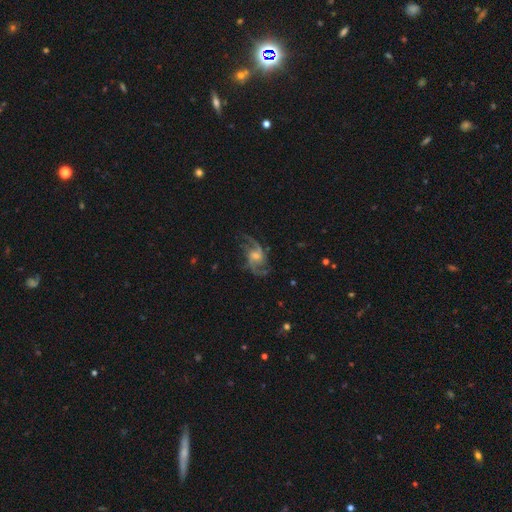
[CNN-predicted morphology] smooth-or-featured: featured or disk: 88% | smooth: 6% | star or artifact: 6%
  disk-edge-on: no: 97% | yes: 3%
    bar: weak: 46% | no: 44% | strong: 11%
    has-spiral-arms: yes: 97% | no: 3%
      spiral-winding: loose: 46% | medium: 44% | tight: 10%
      spiral-arm-count: 2: 80% | 3: 8% | can't tell: 5% | 1: 3% | 4: 2% | more than 4: 2%
    bulge-size: small: 46% | moderate: 43% | none: 5% | large: 4% | dominant: 1%
  merging: none: 70% | minor disturbance: 17% | major disturbance: 12% | merger: 2%